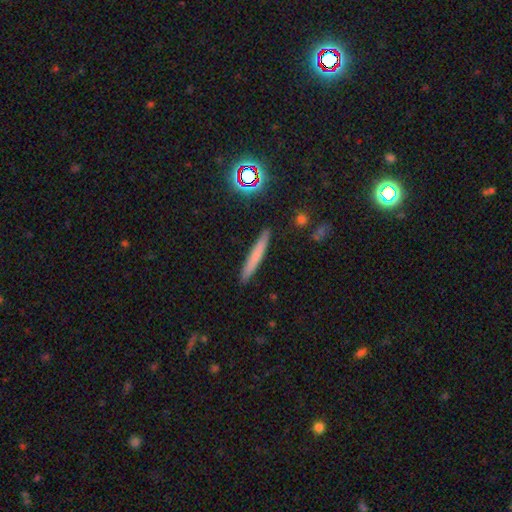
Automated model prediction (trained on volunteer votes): A smooth galaxy with no disk features (64%) that is cigar-shaped (94%). Merging: none (90%).